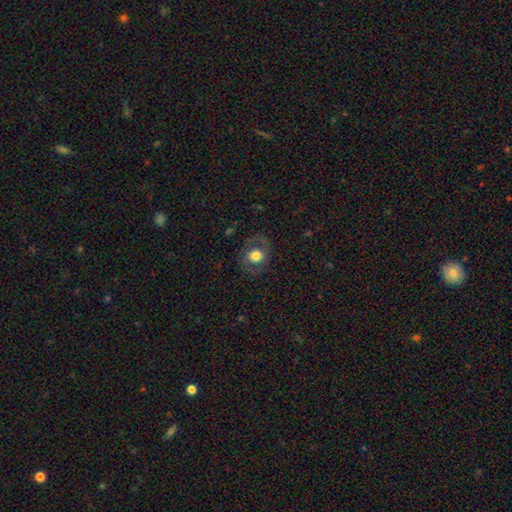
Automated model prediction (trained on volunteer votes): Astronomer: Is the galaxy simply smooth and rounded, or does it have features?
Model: smooth — 56% (runner-up: featured or disk, 35%).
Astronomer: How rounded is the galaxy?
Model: round — 69%.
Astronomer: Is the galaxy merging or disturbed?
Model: none — 76%.